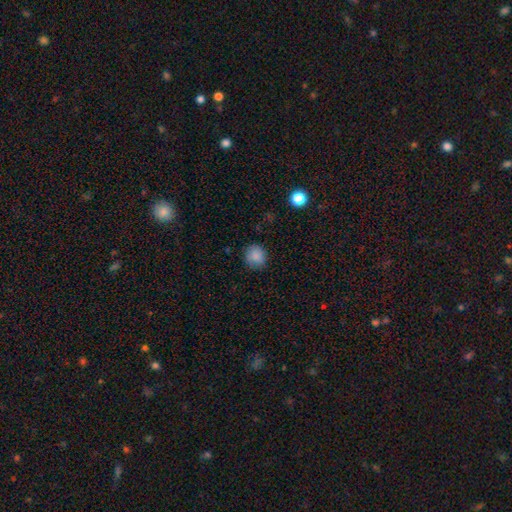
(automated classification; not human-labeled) Smooth or featured? Predicted: smooth (p=0.86). How rounded? Predicted: round (p=0.87). Merging? Predicted: none (p=0.85).